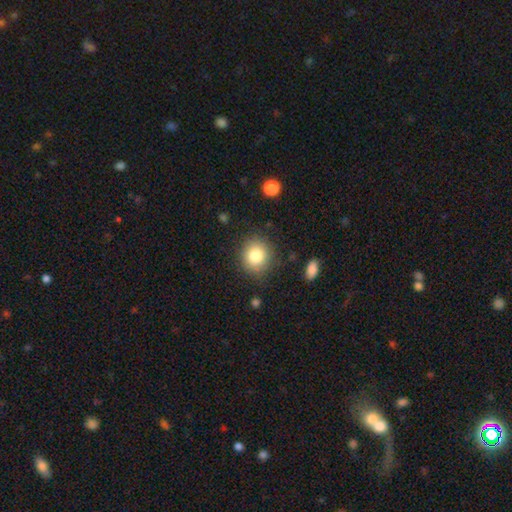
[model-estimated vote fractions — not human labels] smooth-or-featured: smooth: 81% | star or artifact: 10% | featured or disk: 9%
  how-rounded: round: 84% | in between: 15% | cigar-shaped: 1%
  merging: none: 84% | minor disturbance: 10% | major disturbance: 3% | merger: 2%